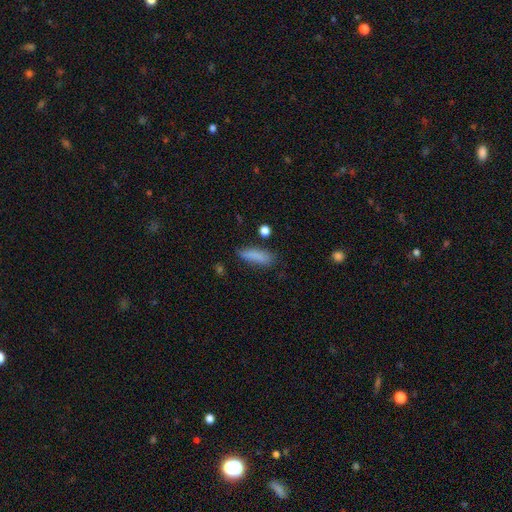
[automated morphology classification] smooth 84%, star or artifact 8%, featured or disk 8%. Down the decision tree: how rounded — cigar-shaped (56%); merging — none (75%).